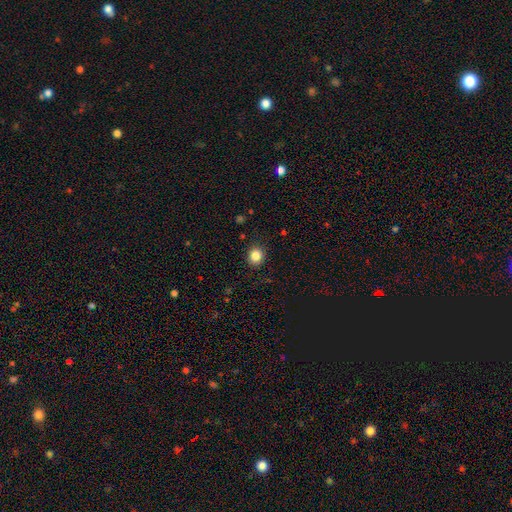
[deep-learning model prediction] Morphology: type=smooth (85%); roundness=round (78%); merging=none (90%).